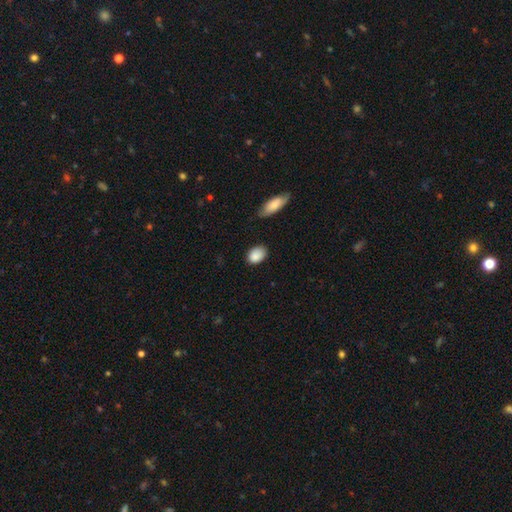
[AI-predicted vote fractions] Smooth or featured? Predicted: smooth (p=0.88). How rounded? Predicted: in between (p=0.76). Merging? Predicted: none (p=0.77).